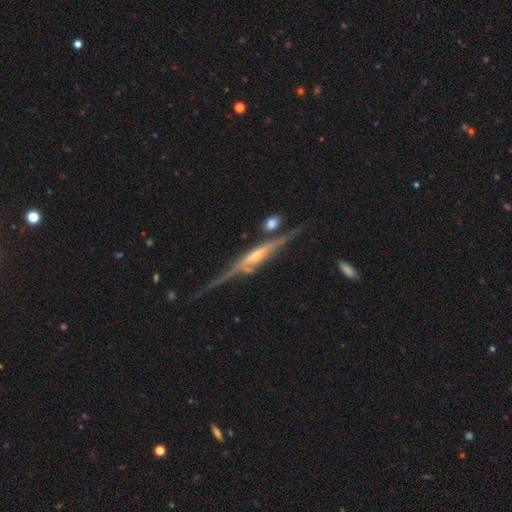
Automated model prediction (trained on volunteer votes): The model was most divided on "edge-on bulge": rounded: 52%, boxy: 30%, none: 18%. More confident: edge-on disk — yes (93%); smooth or featured — featured or disk (85%); merging — none (66%).